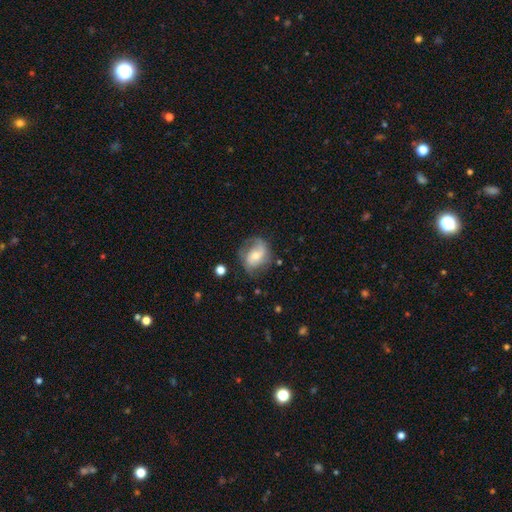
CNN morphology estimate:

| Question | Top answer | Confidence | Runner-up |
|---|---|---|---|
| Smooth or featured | featured or disk | 56% | smooth (36%) |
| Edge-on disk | no | 96% | yes (4%) |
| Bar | no | 51% | weak (35%) |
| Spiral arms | yes | 80% | no (20%) |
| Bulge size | moderate | 51% | small (40%) |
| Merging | none | 57% | minor disturbance (26%) |